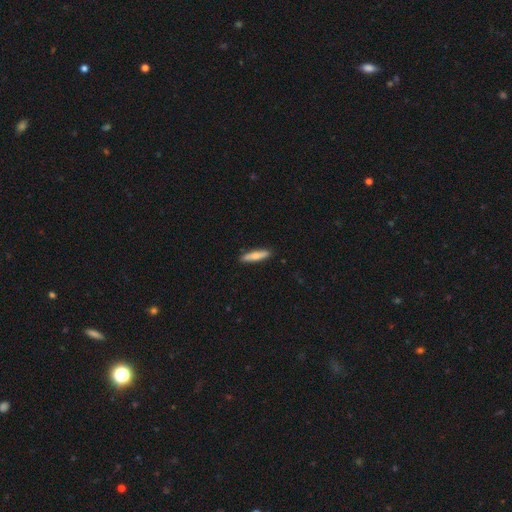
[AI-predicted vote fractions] The model was most divided on "smooth or featured": smooth: 70%, featured or disk: 25%, star or artifact: 5%. More confident: merging — none (90%); how rounded — cigar-shaped (85%).